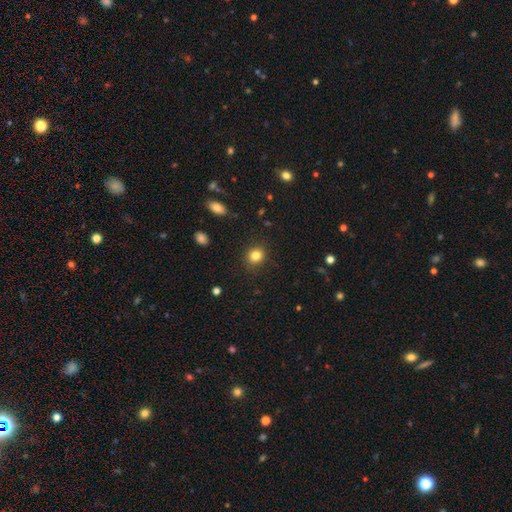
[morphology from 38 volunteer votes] Volunteers were most divided on "how rounded": round: 82%, in between: 18%, cigar-shaped: 0%. More confident: merging — none (92%); smooth or featured — smooth (87%).